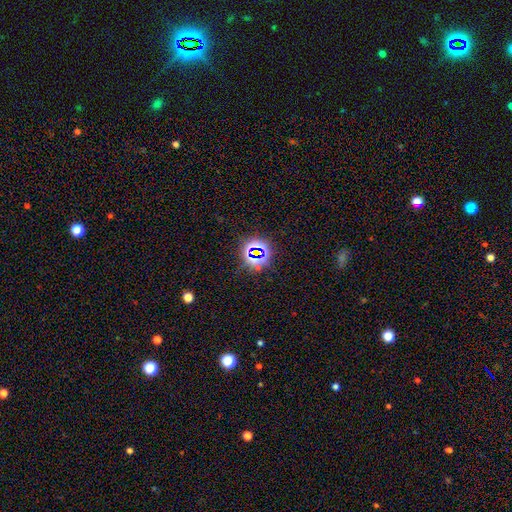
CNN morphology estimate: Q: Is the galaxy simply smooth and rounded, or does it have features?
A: star or artifact — 73%.